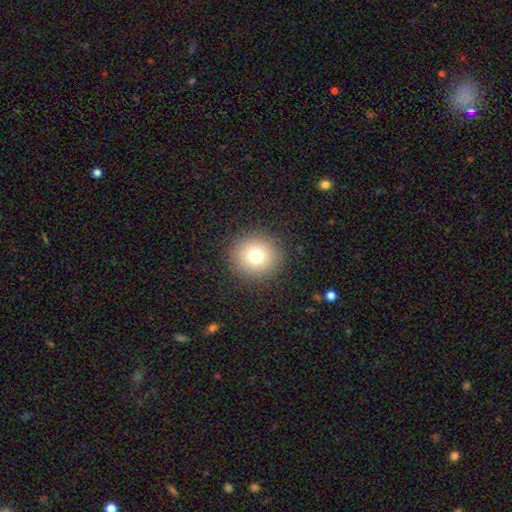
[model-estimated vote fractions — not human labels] Overall: smooth (73%). How rounded: round (93%). Merging: none (90%).